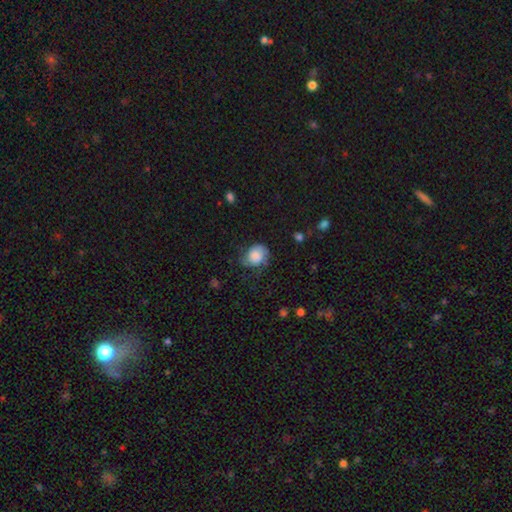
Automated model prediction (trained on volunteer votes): Smooth or featured? smooth (59%)
How rounded? round (59%)
Merging? none (49%)